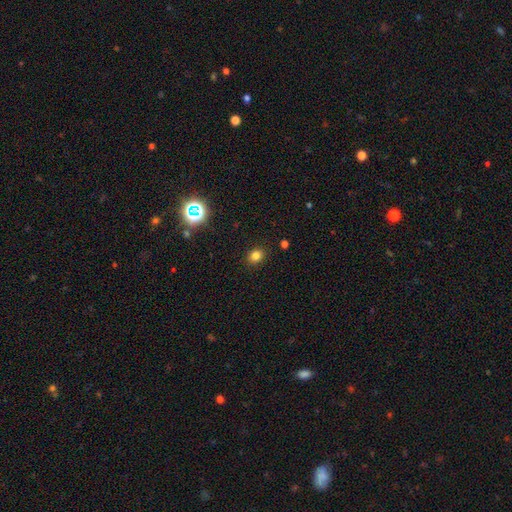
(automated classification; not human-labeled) smooth 80%, star or artifact 15%, featured or disk 5%. Down the decision tree: how rounded — round (56%); merging — none (89%).